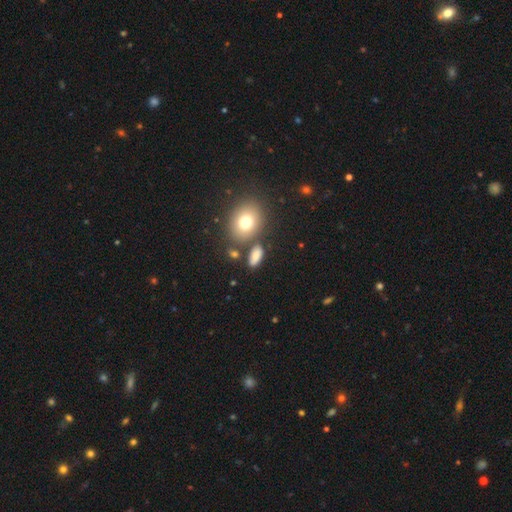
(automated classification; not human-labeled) Morphology: type=smooth (79%); roundness=in between (81%); merging=none (72%).